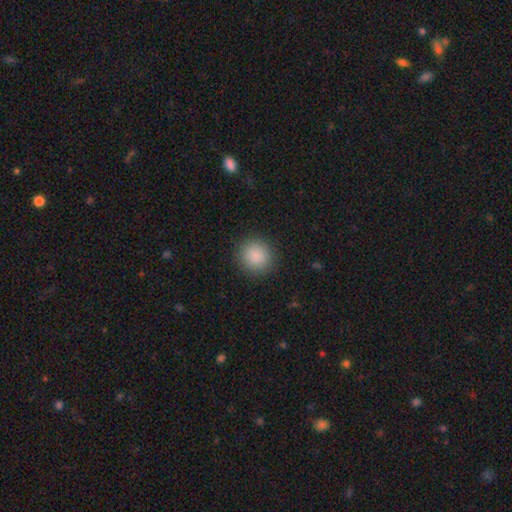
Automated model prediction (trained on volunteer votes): Overall: smooth (88%). How rounded: round (91%). Merging: none (90%).